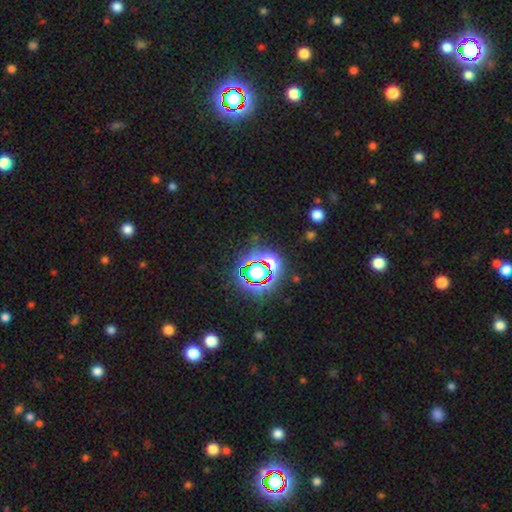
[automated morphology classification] Smooth or featured? star or artifact (78%)